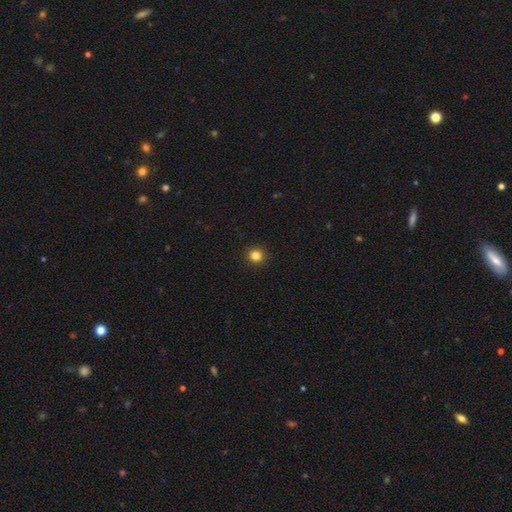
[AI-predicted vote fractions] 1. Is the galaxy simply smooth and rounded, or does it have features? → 83% smooth, 13% star or artifact, 4% featured or disk.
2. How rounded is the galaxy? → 92% round, 7% in between, 1% cigar-shaped.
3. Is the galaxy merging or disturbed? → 93% none, 4% minor disturbance, 2% major disturbance, 1% merger.